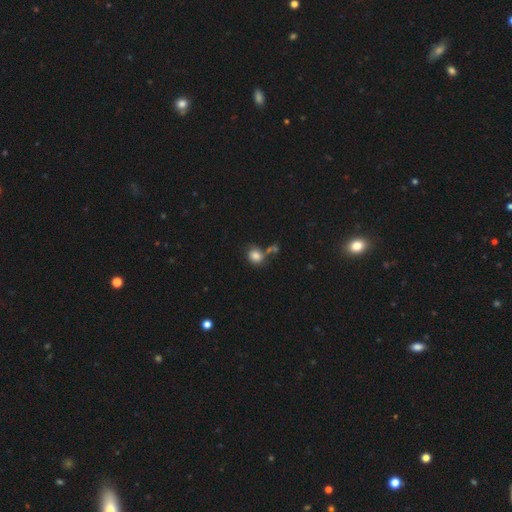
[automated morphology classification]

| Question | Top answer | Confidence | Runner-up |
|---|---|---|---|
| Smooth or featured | smooth | 82% | star or artifact (10%) |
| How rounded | round | 68% | in between (31%) |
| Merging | none | 59% | merger (18%) |